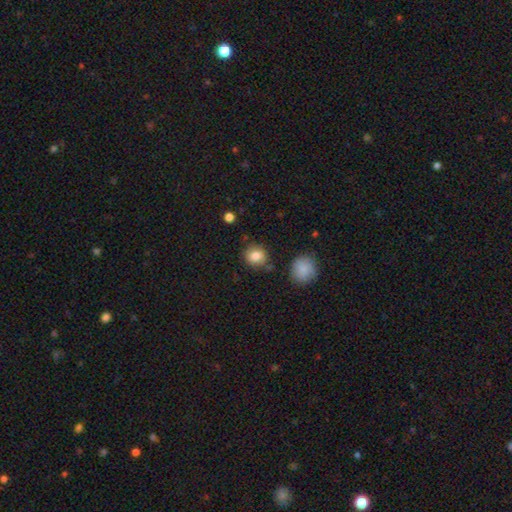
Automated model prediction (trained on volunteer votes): Smooth or featured: smooth — 83% (star or artifact — 10%)
How rounded: round — 75% (in between — 24%)
Merging: none — 76% (minor disturbance — 15%)